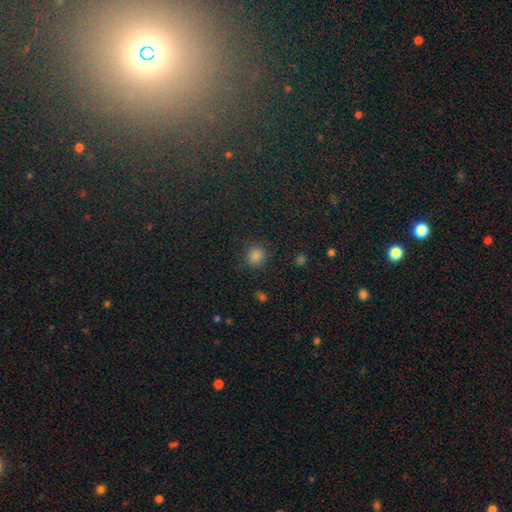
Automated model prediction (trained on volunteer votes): Overall: smooth (80%). How rounded: round (88%). Merging: none (88%).